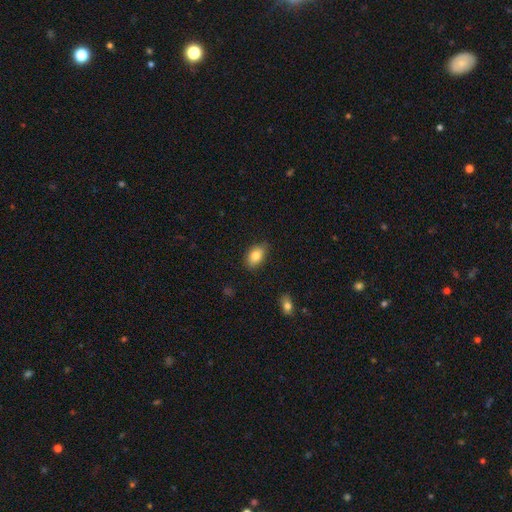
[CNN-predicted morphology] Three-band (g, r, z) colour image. It shows a smooth galaxy with no disk features (82%) that is in between round and cigar-shaped (88%). Merging: none (81%).